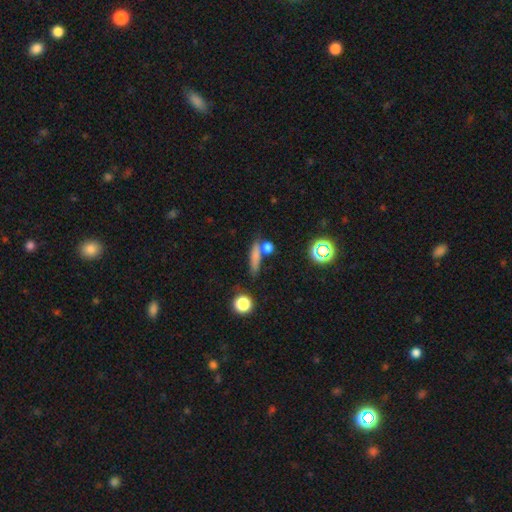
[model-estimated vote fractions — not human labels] smooth-or-featured: smooth: 71% | featured or disk: 16% | star or artifact: 13%
  how-rounded: cigar-shaped: 72% | in between: 19% | round: 10%
  merging: none: 65% | merger: 16% | minor disturbance: 13% | major disturbance: 5%